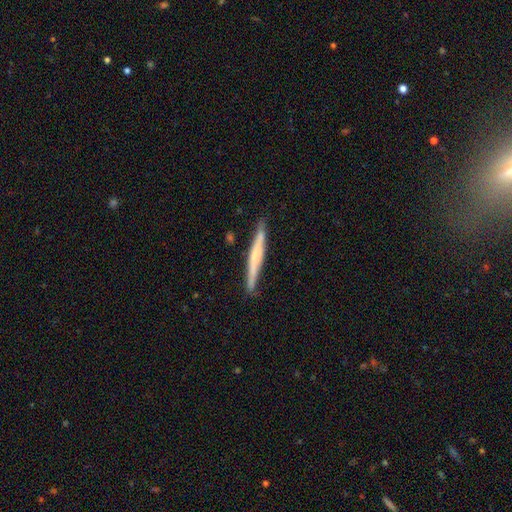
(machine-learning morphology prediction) A featured or disk galaxy (52%) viewed edge-on (96%).

Vote fractions:
- Smooth or featured? featured or disk: 52% / smooth: 43% / star or artifact: 6%
- Edge-on disk? yes: 96% / no: 4%
- Merging? none: 83% / minor disturbance: 13% / major disturbance: 2% / merger: 2%